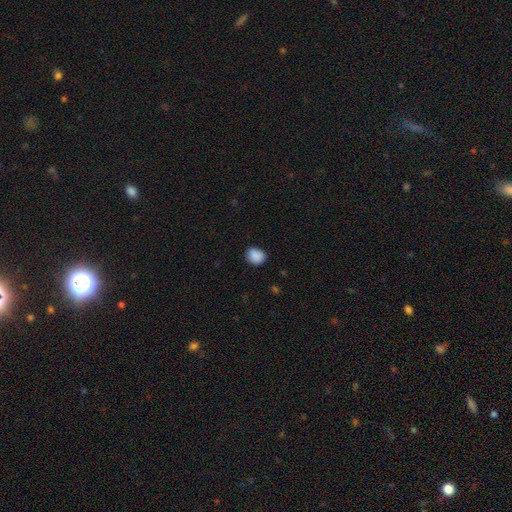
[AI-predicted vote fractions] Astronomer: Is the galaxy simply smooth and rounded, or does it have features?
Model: smooth — 89%.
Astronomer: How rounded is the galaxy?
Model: round — 56% (runner-up: in between, 43%).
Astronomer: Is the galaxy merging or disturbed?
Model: none — 82%.